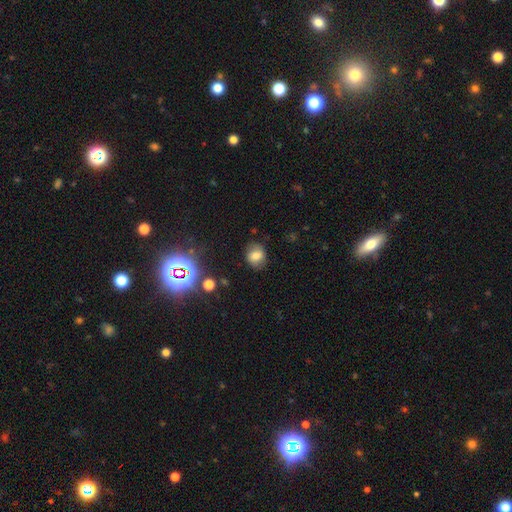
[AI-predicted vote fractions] A smooth galaxy with no disk features (70%) that is round (57%). Merging: none (79%).